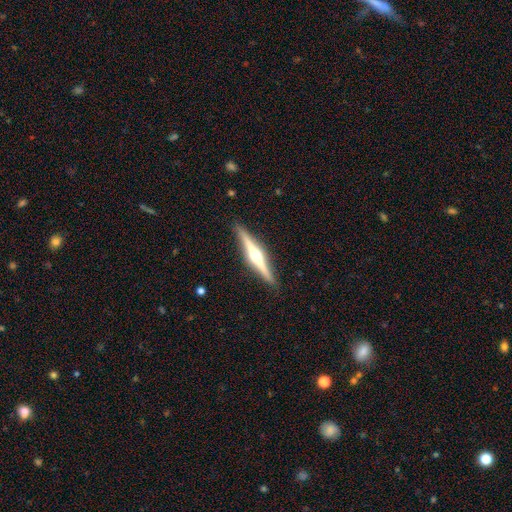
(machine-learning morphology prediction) smooth-or-featured: featured or disk: 78% | smooth: 17% | star or artifact: 5%
  disk-edge-on: yes: 98% | no: 2%
    edge-on-bulge: rounded: 94% | boxy: 3% | none: 3%
  merging: none: 91% | minor disturbance: 6% | major disturbance: 1% | merger: 1%